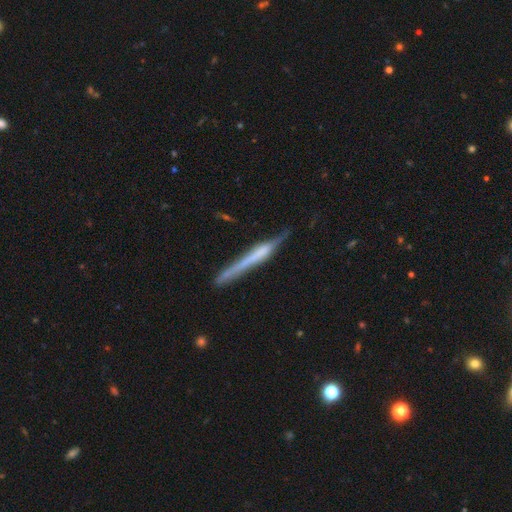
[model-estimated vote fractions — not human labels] The model was most divided on "smooth or featured": featured or disk: 58%, smooth: 35%, star or artifact: 7%. More confident: edge-on disk — yes (94%); merging — none (65%); edge-on bulge — none (55%).